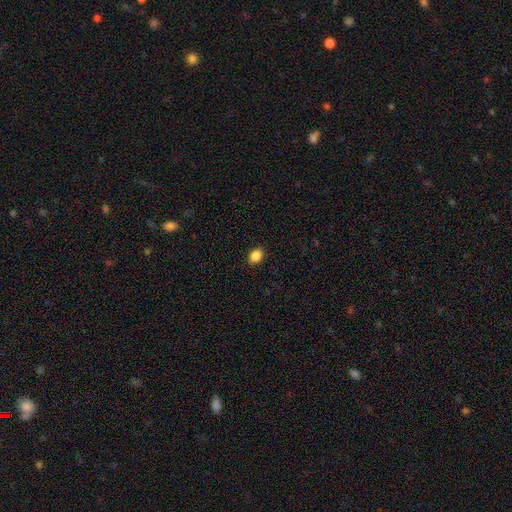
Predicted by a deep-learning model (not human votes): This is clearly a smooth galaxy (88%). How rounded: likely in between (68%). Merging: clearly none (90%).